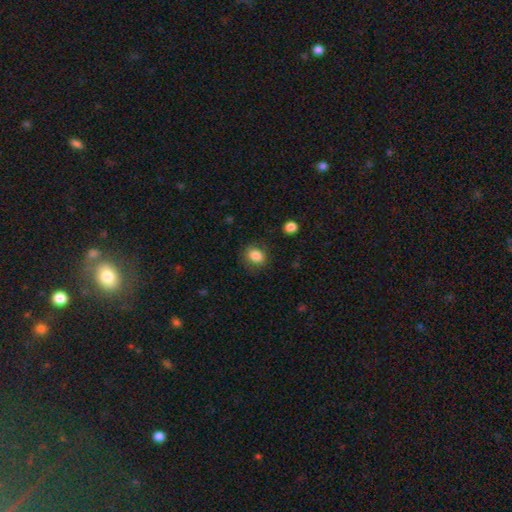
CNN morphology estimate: A smooth galaxy with no disk features (85%) that is in between round and cigar-shaped (50%). Merging: none (82%).